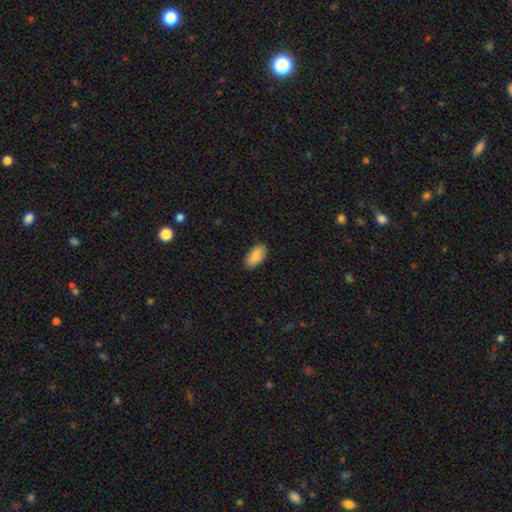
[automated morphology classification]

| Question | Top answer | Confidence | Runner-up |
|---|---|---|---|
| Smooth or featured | smooth | 89% | star or artifact (6%) |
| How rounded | in between | 94% | cigar-shaped (4%) |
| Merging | none | 86% | minor disturbance (11%) |